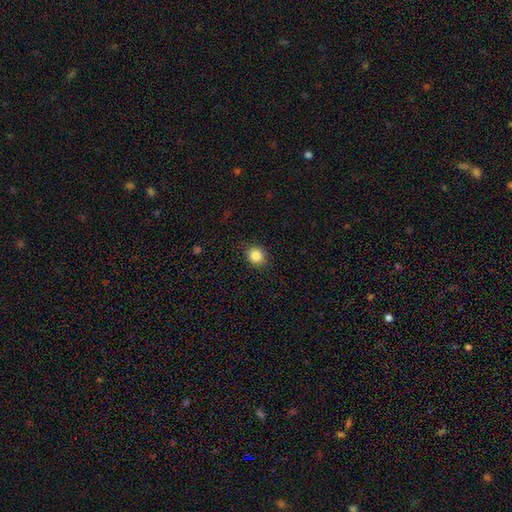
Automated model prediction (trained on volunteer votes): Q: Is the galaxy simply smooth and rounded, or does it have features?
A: smooth — 86%.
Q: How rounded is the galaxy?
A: round — 70%.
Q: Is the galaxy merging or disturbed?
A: none — 89%.